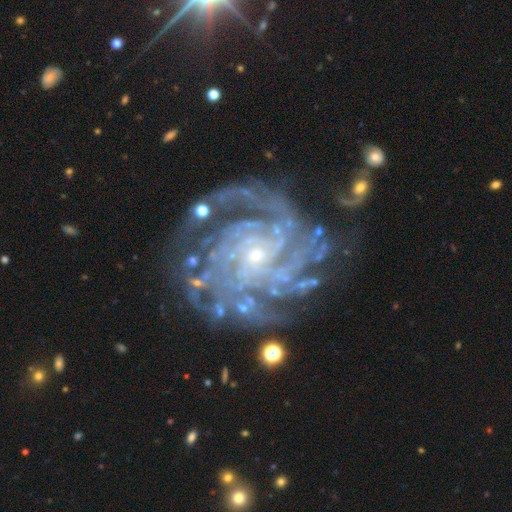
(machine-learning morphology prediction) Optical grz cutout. It shows a featured or disk galaxy (92%) with no bar (69%), more than 4 (25%) tight (74%) spiral arms (98%) and a small central bulge (80%). Merging: none (71%).